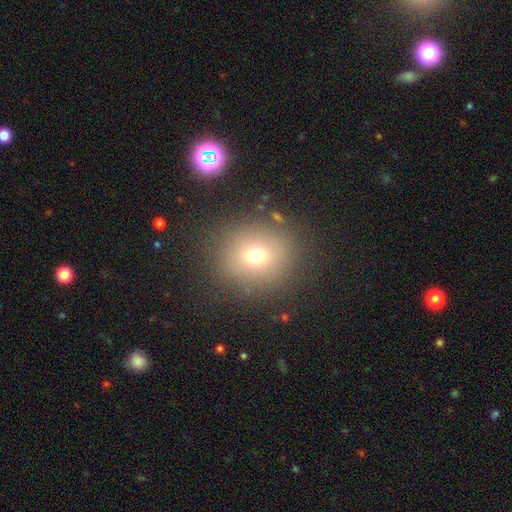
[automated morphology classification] Smooth or featured? smooth (70%)
How rounded? round (84%)
Merging? none (84%)